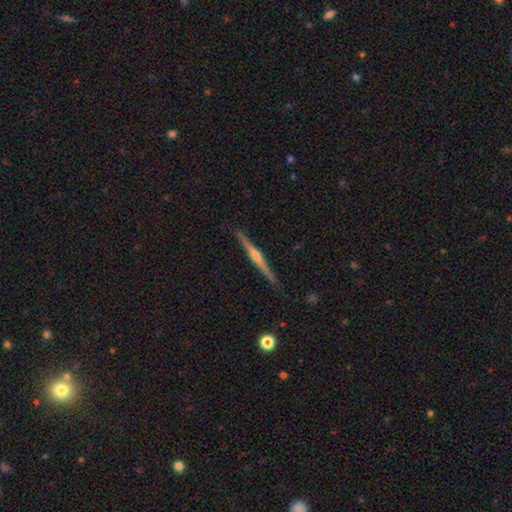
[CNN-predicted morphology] smooth_or_featured: featured or disk (p=0.82) [alt: smooth p=0.13]
disk_edge_on: yes (p=0.99) [alt: no p=0.01]
edge_on_bulge: rounded (p=0.83) [alt: none p=0.10]
merging: none (p=0.90) [alt: minor disturbance p=0.07]